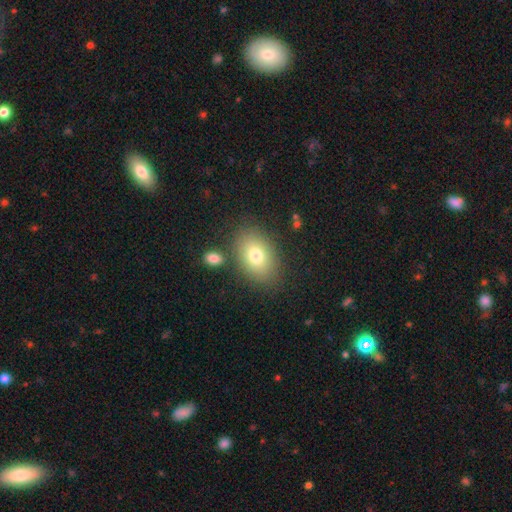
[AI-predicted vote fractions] The model was most divided on "how rounded": in between: 81%, round: 18%, cigar-shaped: 1%. More confident: merging — none (79%); smooth or featured — smooth (77%).